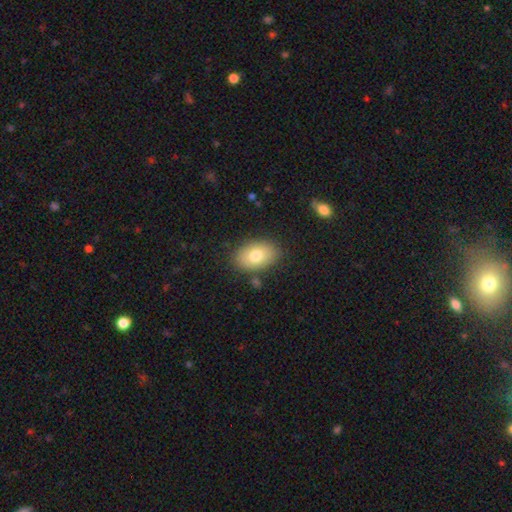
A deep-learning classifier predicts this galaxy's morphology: smooth 77%, featured or disk 16%, star or artifact 8%. Down the decision tree: how rounded — in between (88%); merging — none (83%).